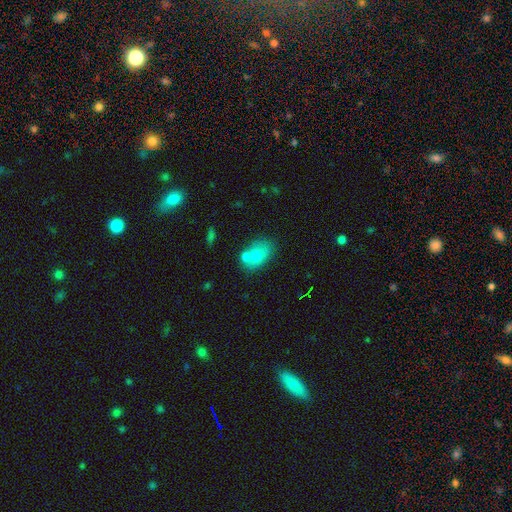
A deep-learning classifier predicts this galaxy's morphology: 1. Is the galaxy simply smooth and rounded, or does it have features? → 67% smooth, 23% featured or disk, 10% star or artifact.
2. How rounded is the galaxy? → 75% in between, 24% round, 1% cigar-shaped.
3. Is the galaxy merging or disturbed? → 48% none, 34% merger, 13% minor disturbance, 5% major disturbance.